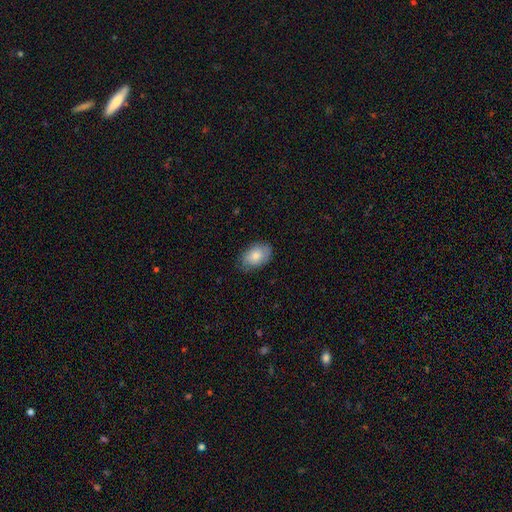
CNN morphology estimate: Smooth or featured: smooth — 80% (featured or disk — 13%)
How rounded: in between — 87% (round — 12%)
Merging: none — 78% (minor disturbance — 17%)